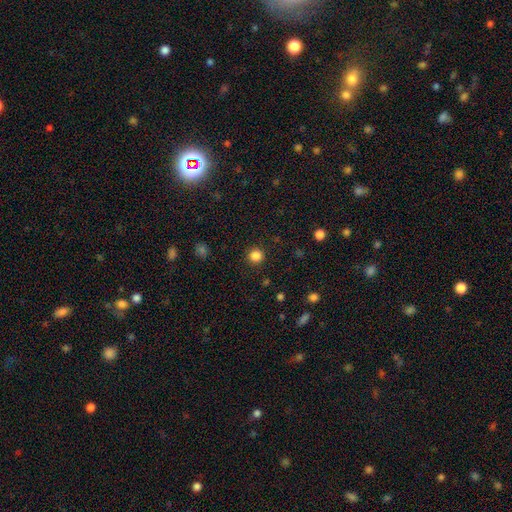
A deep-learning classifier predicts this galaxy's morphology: smooth-or-featured: smooth: 85% | star or artifact: 12% | featured or disk: 3%
  how-rounded: round: 94% | in between: 5% | cigar-shaped: 1%
  merging: none: 92% | minor disturbance: 5% | major disturbance: 2% | merger: 1%